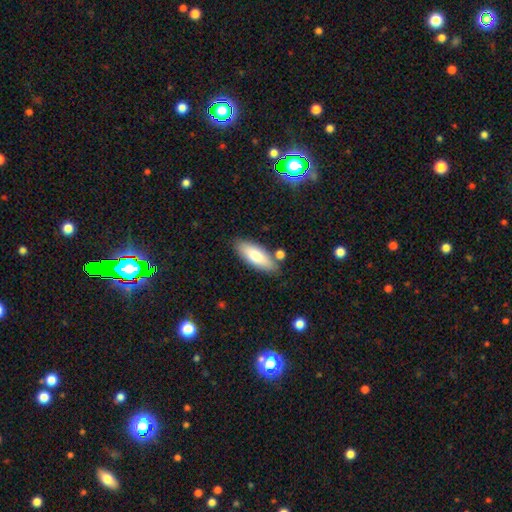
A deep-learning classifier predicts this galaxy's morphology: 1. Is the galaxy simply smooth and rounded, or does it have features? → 79% smooth, 14% featured or disk, 6% star or artifact.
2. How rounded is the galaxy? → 69% in between, 30% cigar-shaped, 2% round.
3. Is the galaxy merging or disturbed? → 79% none, 12% minor disturbance, 6% merger, 3% major disturbance.